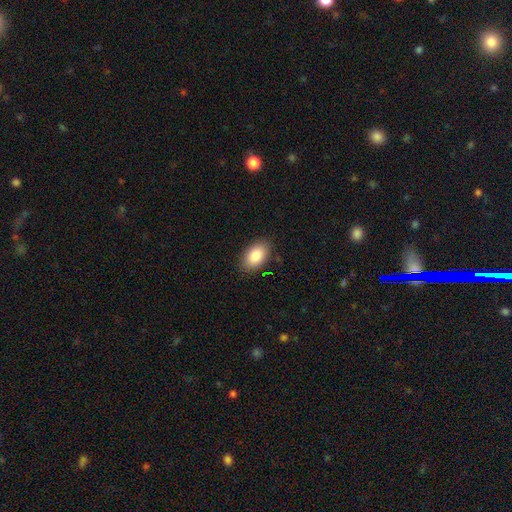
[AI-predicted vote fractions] Overall: smooth (85%). How rounded: in between (92%). Merging: none (86%).